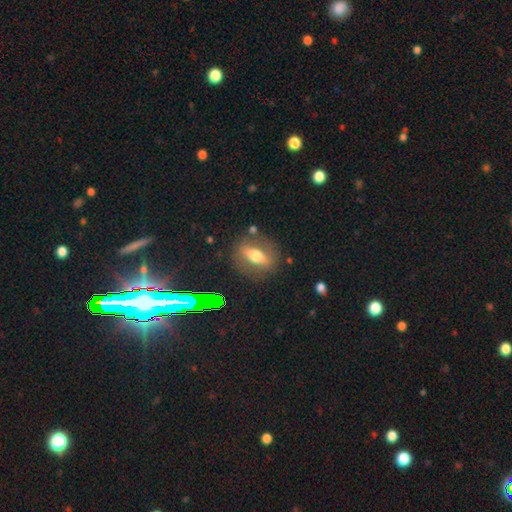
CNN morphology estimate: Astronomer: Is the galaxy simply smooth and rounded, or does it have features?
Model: featured or disk — 52% (runner-up: smooth, 38%).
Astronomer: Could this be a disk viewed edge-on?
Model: no — 51% (runner-up: yes, 49%).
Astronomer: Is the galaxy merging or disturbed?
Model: none — 82%.